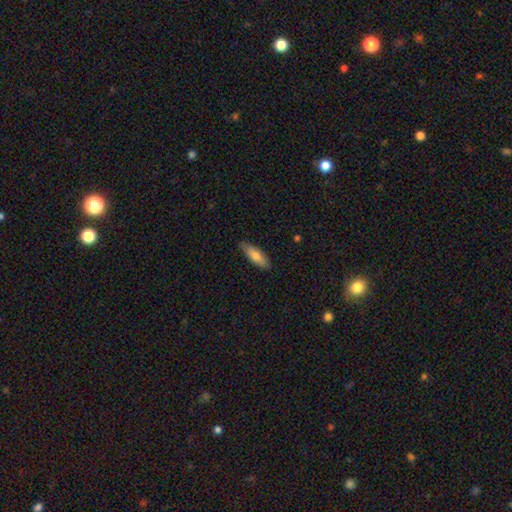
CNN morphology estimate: The model was most divided on "how rounded": in between: 56%, cigar-shaped: 42%, round: 2%. More confident: merging — none (84%); smooth or featured — smooth (73%).